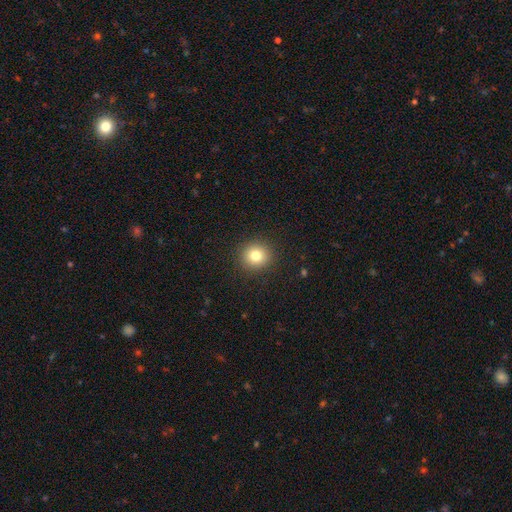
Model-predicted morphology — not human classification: Smooth or featured? smooth (79%)
How rounded? round (91%)
Merging? none (91%)